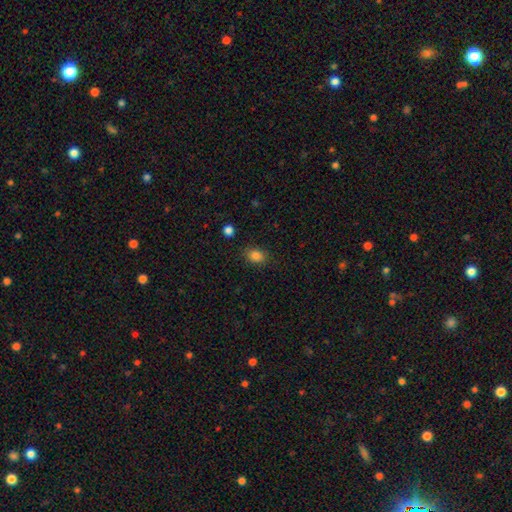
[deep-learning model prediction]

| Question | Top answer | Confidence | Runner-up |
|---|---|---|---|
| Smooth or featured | smooth | 85% | star or artifact (11%) |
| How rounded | in between | 60% | round (39%) |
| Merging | none | 84% | minor disturbance (12%) |